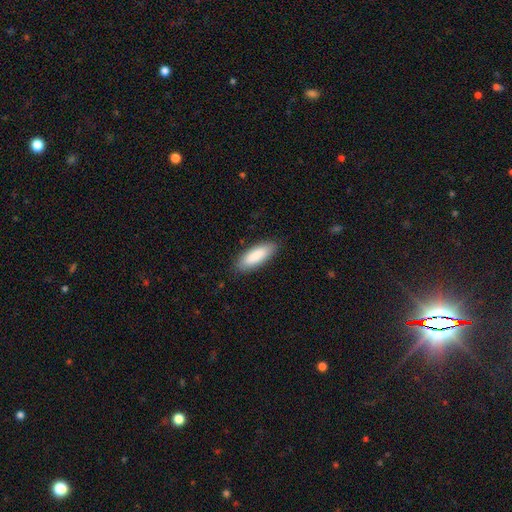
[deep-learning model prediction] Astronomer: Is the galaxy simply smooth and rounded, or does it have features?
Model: smooth — 88%.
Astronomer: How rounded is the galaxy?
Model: in between — 67%.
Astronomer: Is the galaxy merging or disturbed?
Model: none — 86%.